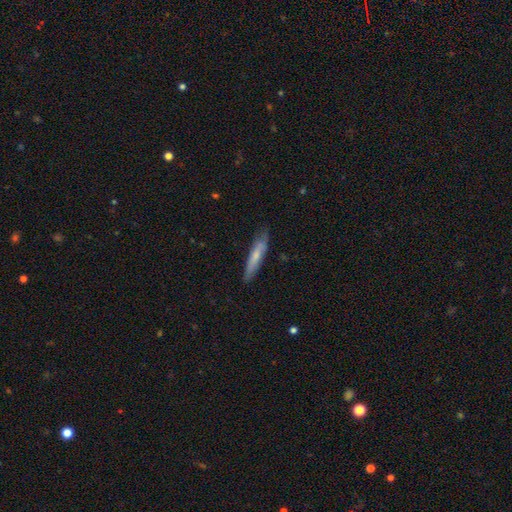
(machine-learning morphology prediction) A smooth galaxy with no disk features (59%) that is cigar-shaped (88%).

Vote fractions:
- Smooth or featured? smooth: 59% / featured or disk: 35% / star or artifact: 6%
- How rounded? cigar-shaped: 88% / in between: 10% / round: 2%
- Merging? none: 77% / minor disturbance: 18% / major disturbance: 3% / merger: 2%